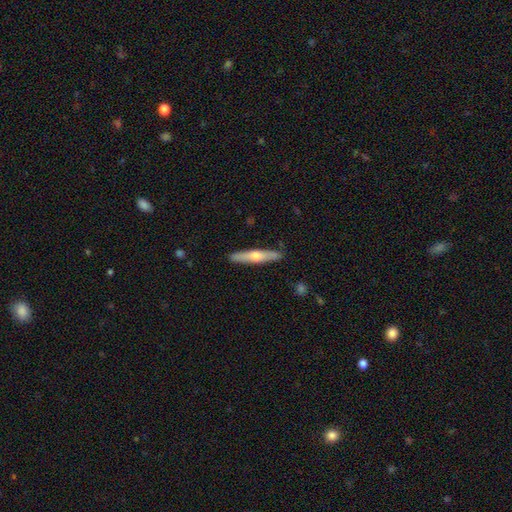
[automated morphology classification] A featured or disk galaxy (49%). Merging: none (89%).